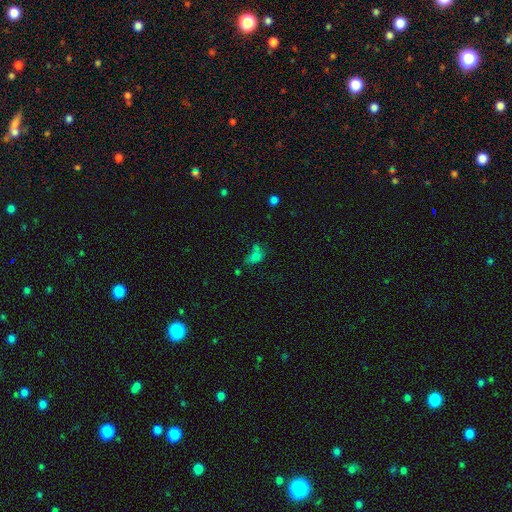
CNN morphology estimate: The model was most divided on "merging" (2-way tie): merger: 30%, none: 30%, major disturbance: 22%, minor disturbance: 18%. More confident: how rounded — in between (80%); smooth or featured — smooth (65%).